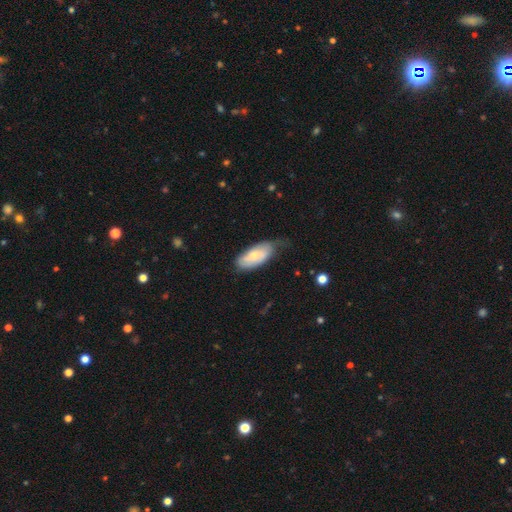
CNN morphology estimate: This is likely a smooth galaxy (65%). How rounded: clearly in between (88%). Merging: marginally none (44%).